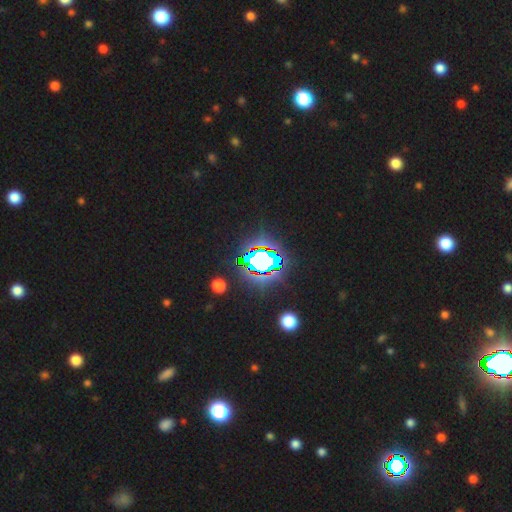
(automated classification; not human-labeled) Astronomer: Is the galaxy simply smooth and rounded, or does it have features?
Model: star or artifact — 67%.